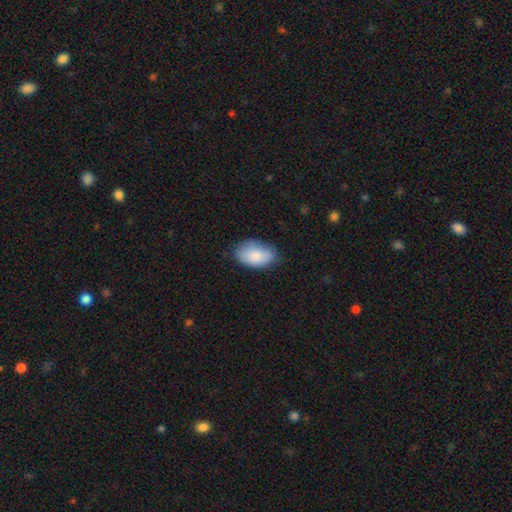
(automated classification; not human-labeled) Q: Smooth or featured?
A: smooth (85%); runner-up: featured or disk (9%)
Q: How rounded?
A: in between (93%); runner-up: round (5%)
Q: Merging?
A: none (74%); runner-up: minor disturbance (21%)